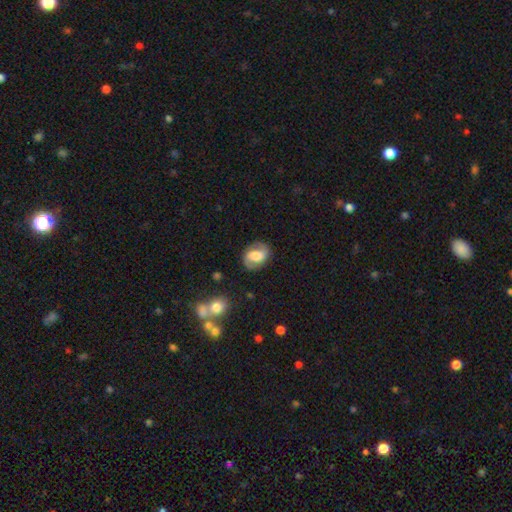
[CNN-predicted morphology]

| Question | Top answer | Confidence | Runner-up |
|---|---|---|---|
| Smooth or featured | featured or disk | 54% | smooth (38%) |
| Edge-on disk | no | 96% | yes (4%) |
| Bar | weak | 41% | strong (33%) |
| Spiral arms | yes | 80% | no (20%) |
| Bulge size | moderate | 41% | large (33%) |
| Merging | none | 79% | minor disturbance (14%) |